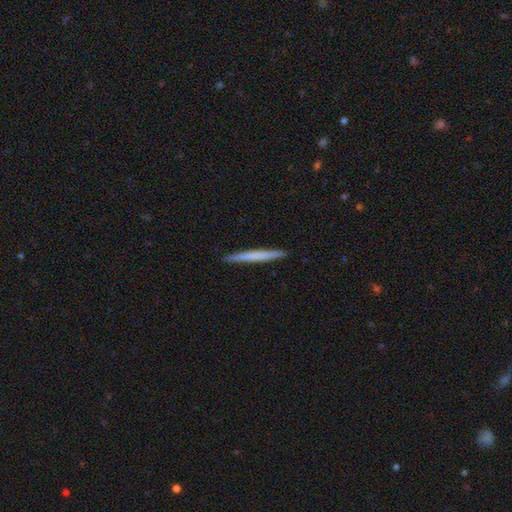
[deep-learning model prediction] The model was most divided on "smooth or featured": smooth: 60%, featured or disk: 35%, star or artifact: 5%. More confident: how rounded — cigar-shaped (97%); merging — none (93%).